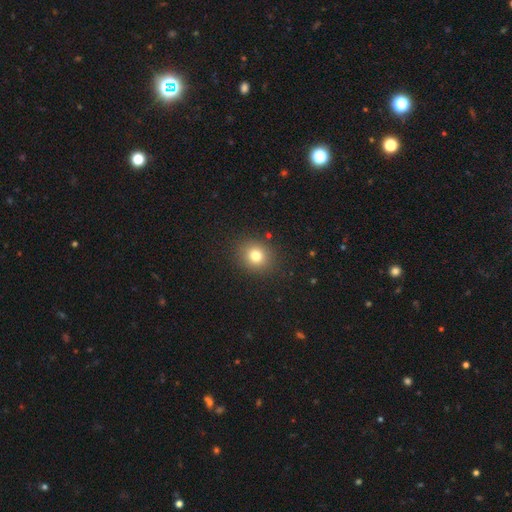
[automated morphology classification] smooth_or_featured: smooth (p=0.78) [alt: star or artifact p=0.13]
how_rounded: round (p=0.79) [alt: in between p=0.20]
merging: none (p=0.89) [alt: minor disturbance p=0.07]